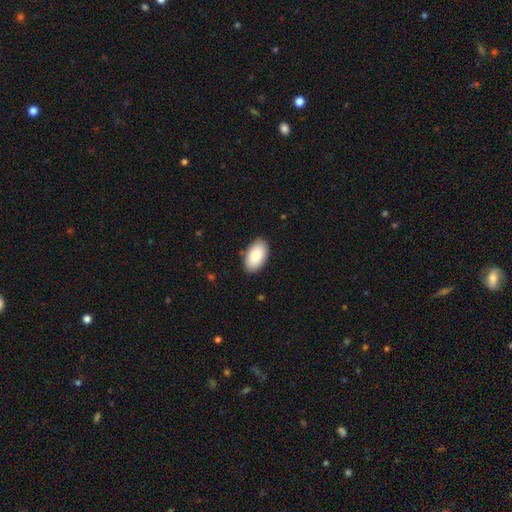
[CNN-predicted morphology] Smooth or featured? Predicted: smooth (p=0.82). How rounded? Predicted: in between (p=0.95). Merging? Predicted: none (p=0.87).